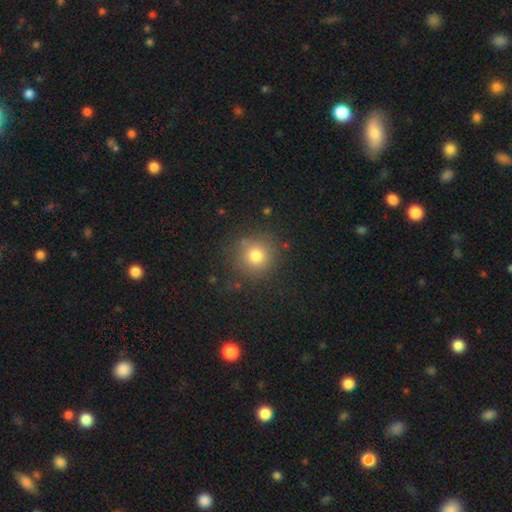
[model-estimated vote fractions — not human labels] Overall: smooth (78%). How rounded: round (90%). Merging: none (81%).